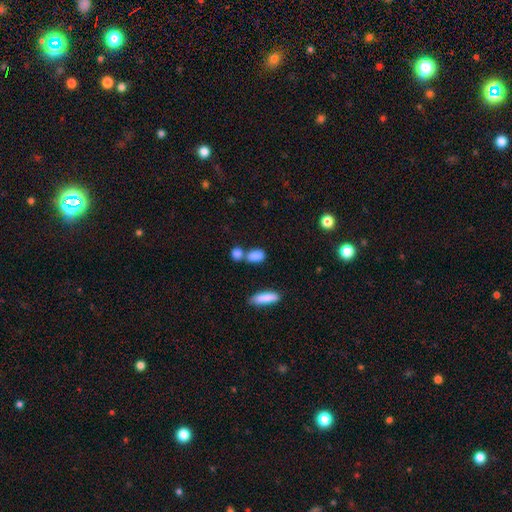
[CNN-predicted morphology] smooth-or-featured: smooth: 85% | star or artifact: 9% | featured or disk: 7%
  how-rounded: in between: 76% | round: 15% | cigar-shaped: 9%
  merging: none: 45% | merger: 39% | minor disturbance: 12% | major disturbance: 5%